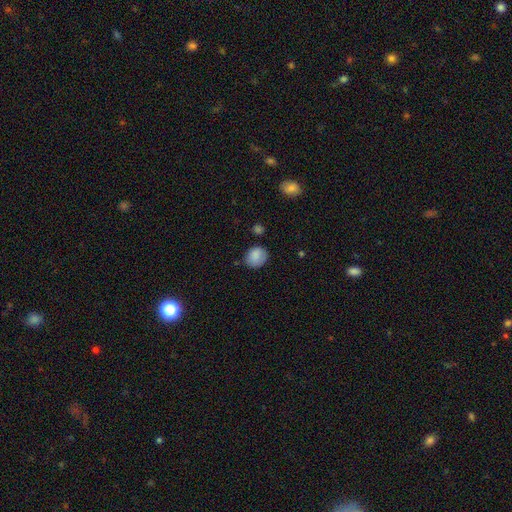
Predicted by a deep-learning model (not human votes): Q: Smooth or featured?
A: smooth (86%); runner-up: star or artifact (8%)
Q: How rounded?
A: round (69%); runner-up: in between (30%)
Q: Merging?
A: none (71%); runner-up: minor disturbance (22%)